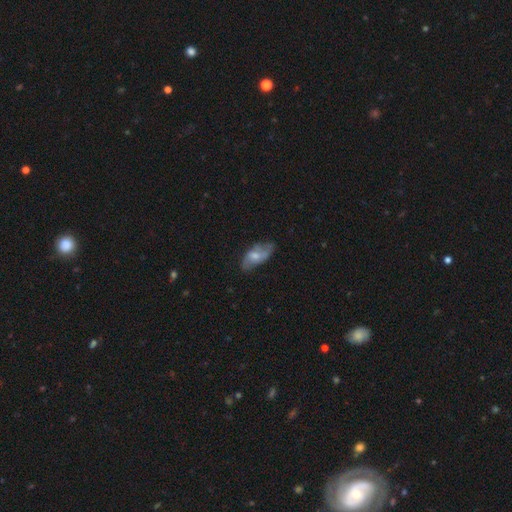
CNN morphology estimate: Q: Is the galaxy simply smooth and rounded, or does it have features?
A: smooth — 48%.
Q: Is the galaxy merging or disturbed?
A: none — 54%.